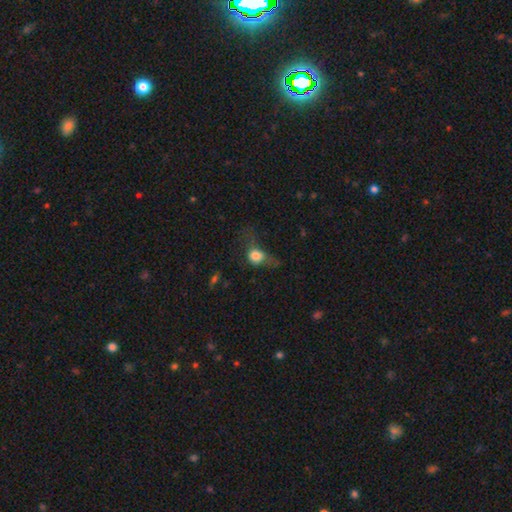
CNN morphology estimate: Smooth or featured? Predicted: smooth (p=0.74). How rounded? Predicted: round (p=0.60). Merging? Predicted: major disturbance (p=0.48).